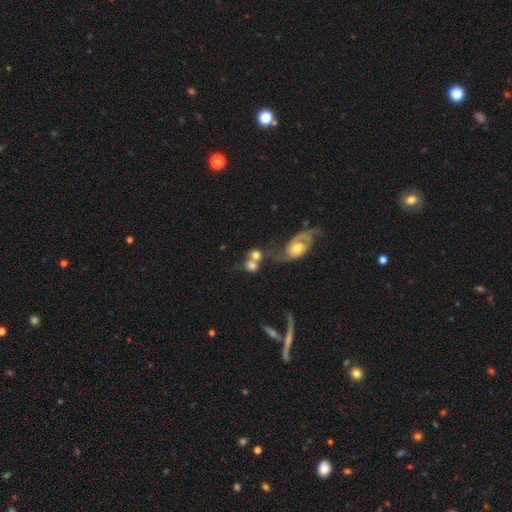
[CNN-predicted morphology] Smooth or featured?
  - smooth: 62% *
  - featured or disk: 28%
  - star or artifact: 10%
How rounded?
  - round: 74% *
  - in between: 24%
  - cigar-shaped: 2%
Merging?
  - merger: 53% *
  - none: 29%
  - minor disturbance: 9%
  - major disturbance: 9%